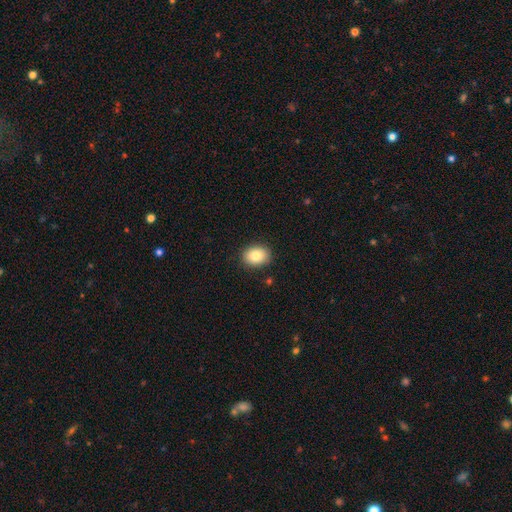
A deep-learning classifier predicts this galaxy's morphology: A smooth galaxy with no disk features (83%) that is in between round and cigar-shaped (56%). Merging: none (88%).